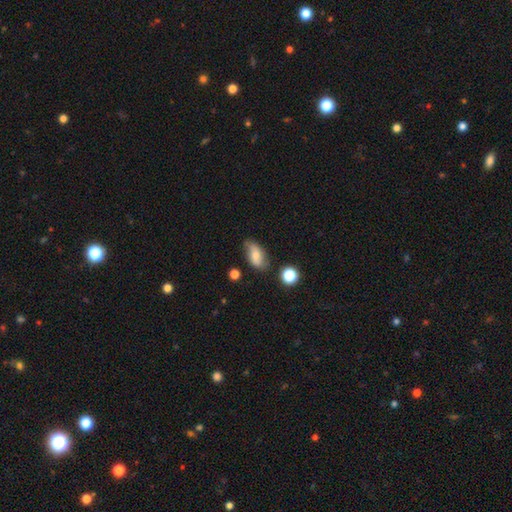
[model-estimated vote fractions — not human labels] smooth-or-featured: smooth: 64% | featured or disk: 27% | star or artifact: 9%
  how-rounded: in between: 87% | round: 7% | cigar-shaped: 6%
  merging: none: 68% | minor disturbance: 24% | major disturbance: 5% | merger: 4%